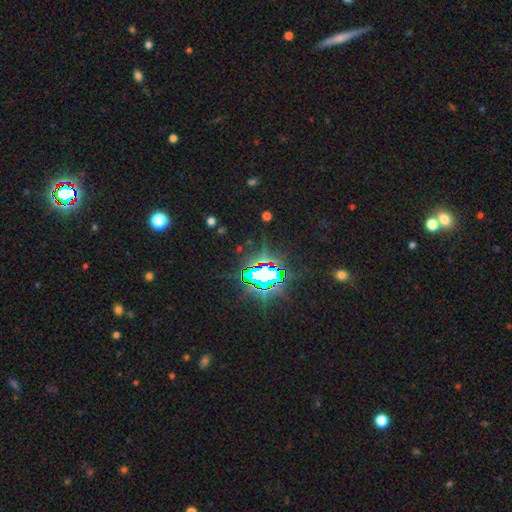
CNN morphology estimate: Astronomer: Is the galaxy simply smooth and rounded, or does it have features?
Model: star or artifact — 84%.